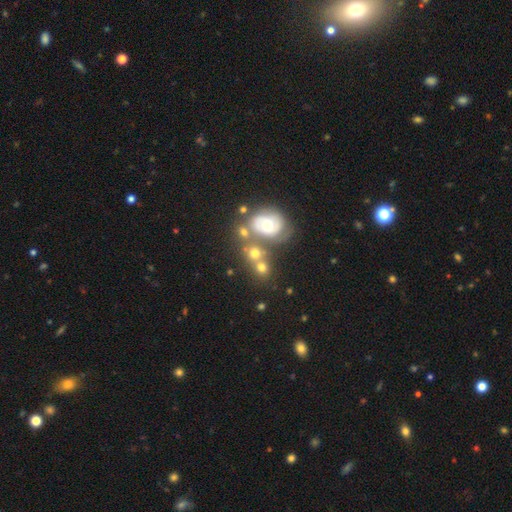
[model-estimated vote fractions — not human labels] Smooth or featured?
  - smooth: 50% *
  - featured or disk: 36%
  - star or artifact: 14%
Merging?
  - merger: 41% *
  - none: 40%
  - minor disturbance: 12%
  - major disturbance: 7%